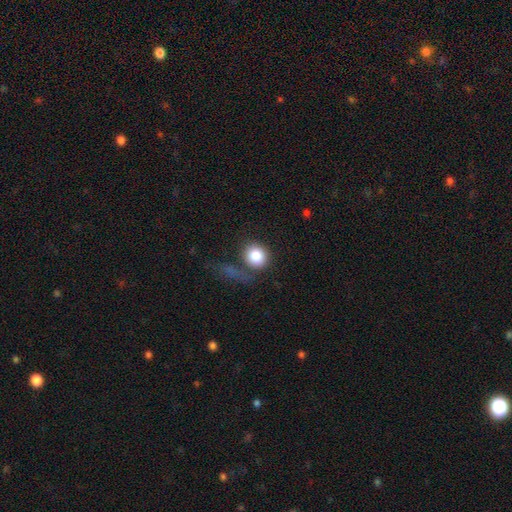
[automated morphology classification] type=smooth (83%); roundness=round (81%); merging=none (53%).